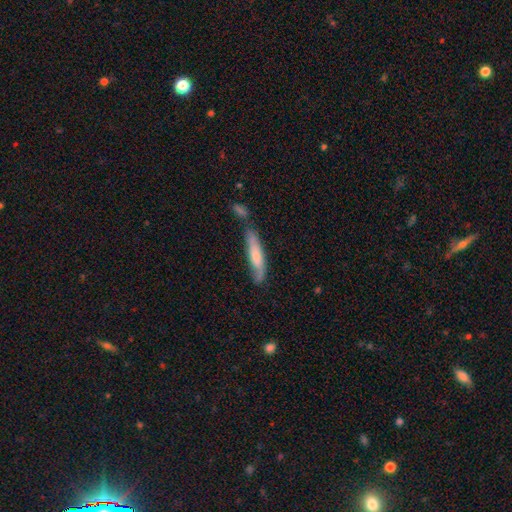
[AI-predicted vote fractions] Q: Smooth or featured?
A: smooth (53%); runner-up: featured or disk (41%)
Q: How rounded?
A: cigar-shaped (84%); runner-up: in between (14%)
Q: Merging?
A: none (55%); runner-up: minor disturbance (24%)